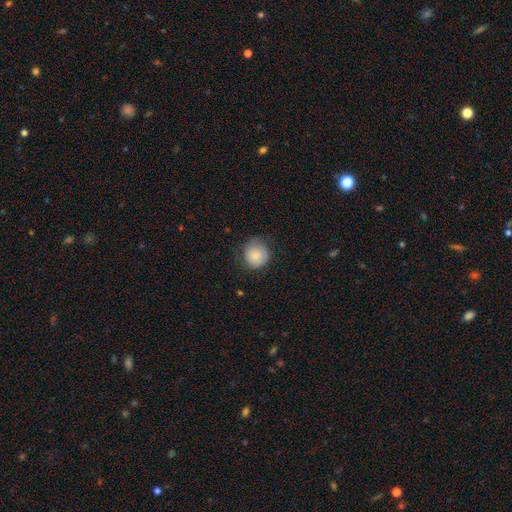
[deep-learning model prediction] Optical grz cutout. It shows a smooth galaxy with no disk features (80%) that is round (88%). Merging: none (68%).